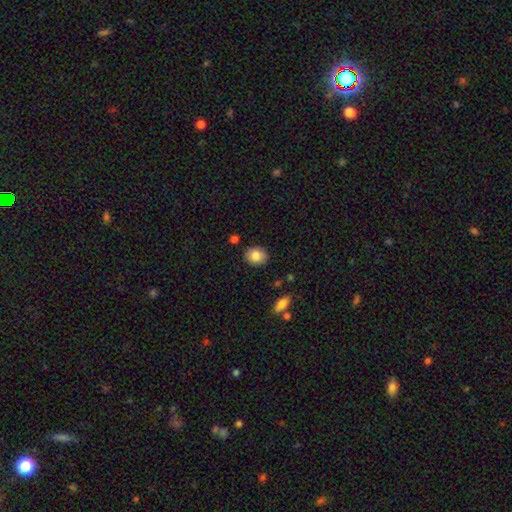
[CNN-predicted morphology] smooth-or-featured: smooth: 84% | star or artifact: 8% | featured or disk: 8%
  how-rounded: round: 61% | in between: 38% | cigar-shaped: 1%
  merging: none: 87% | minor disturbance: 9% | merger: 2% | major disturbance: 2%